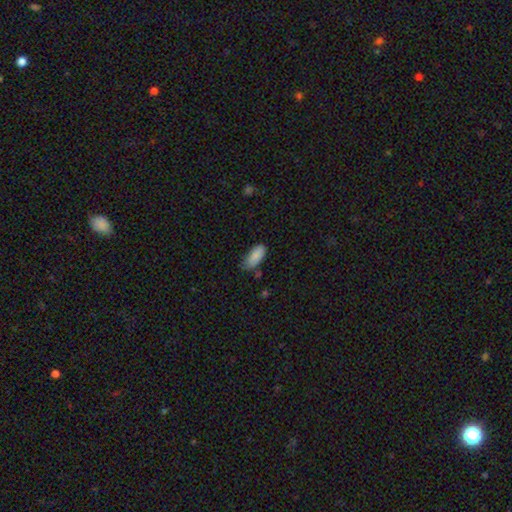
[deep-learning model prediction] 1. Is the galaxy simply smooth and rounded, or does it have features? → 87% smooth, 7% star or artifact, 7% featured or disk.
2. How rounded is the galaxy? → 87% in between, 11% cigar-shaped, 2% round.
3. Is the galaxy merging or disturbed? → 57% none, 35% minor disturbance, 5% major disturbance, 3% merger.